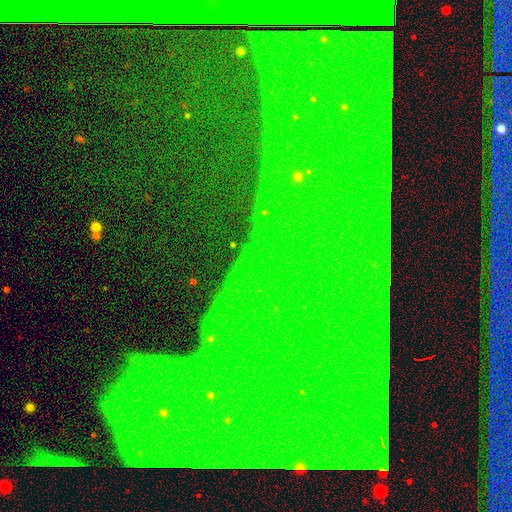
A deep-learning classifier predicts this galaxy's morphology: type=star or artifact (87%).